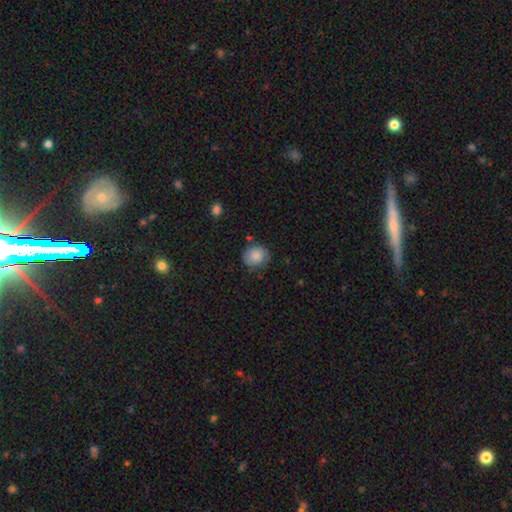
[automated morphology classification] Overall: smooth (84%). How rounded: round (72%). Merging: none (75%).